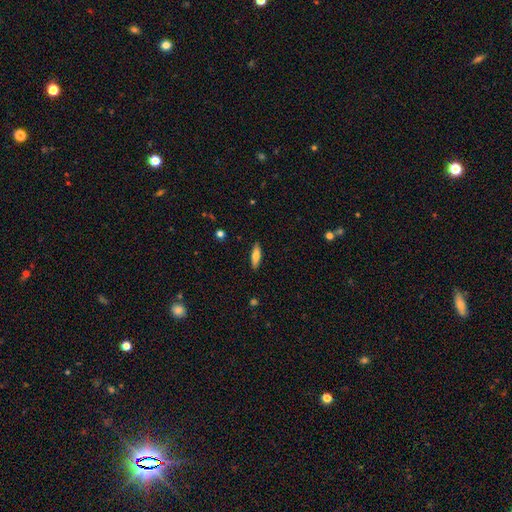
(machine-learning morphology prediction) smooth 68%, featured or disk 26%, star or artifact 6%. Down the decision tree: how rounded — cigar-shaped (55%); merging — none (89%).